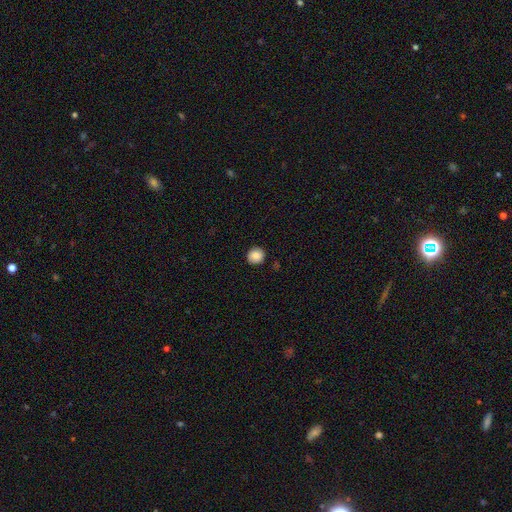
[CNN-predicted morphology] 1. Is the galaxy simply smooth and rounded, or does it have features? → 87% smooth, 9% star or artifact, 4% featured or disk.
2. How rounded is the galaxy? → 91% round, 8% in between, 1% cigar-shaped.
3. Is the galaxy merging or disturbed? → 90% none, 7% minor disturbance, 2% major disturbance, 1% merger.